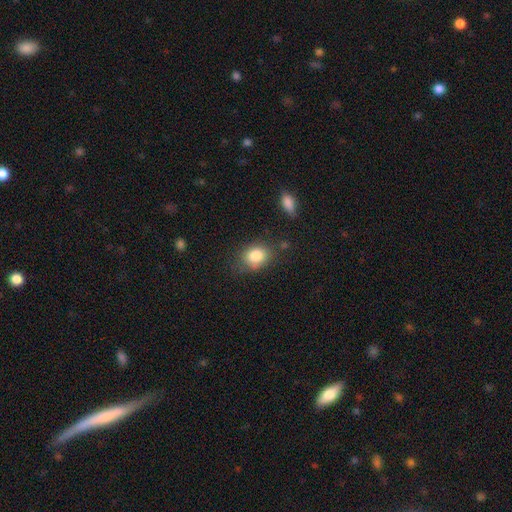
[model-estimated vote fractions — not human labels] smooth-or-featured: smooth: 84% | star or artifact: 9% | featured or disk: 7%
  how-rounded: in between: 54% | round: 45% | cigar-shaped: 1%
  merging: none: 68% | minor disturbance: 21% | major disturbance: 6% | merger: 5%